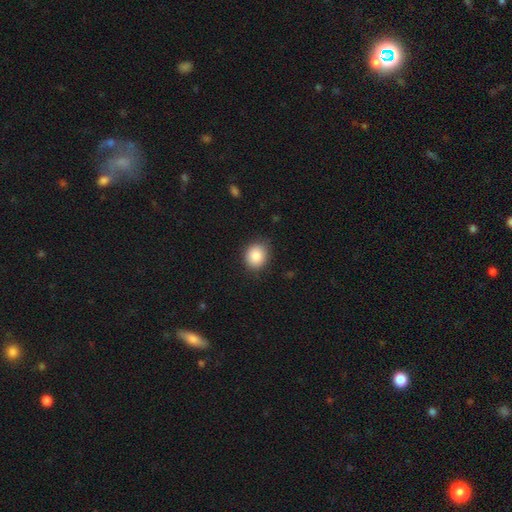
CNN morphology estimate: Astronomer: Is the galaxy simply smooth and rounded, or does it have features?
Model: smooth — 86%.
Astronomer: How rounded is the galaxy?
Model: round — 70%.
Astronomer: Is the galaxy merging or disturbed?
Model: none — 84%.